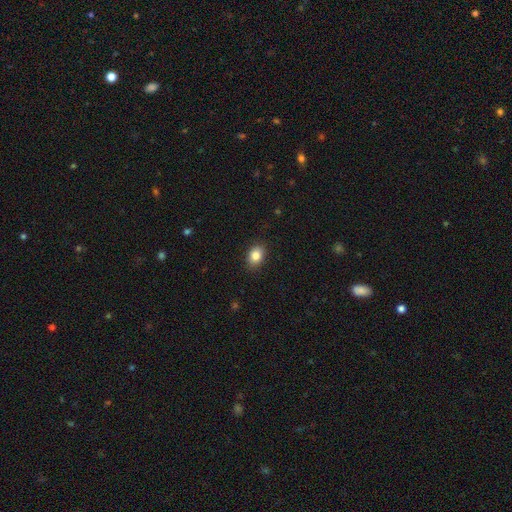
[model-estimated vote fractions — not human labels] Q: Smooth or featured?
A: smooth (84%); runner-up: star or artifact (9%)
Q: How rounded?
A: in between (67%); runner-up: round (31%)
Q: Merging?
A: none (88%); runner-up: minor disturbance (9%)